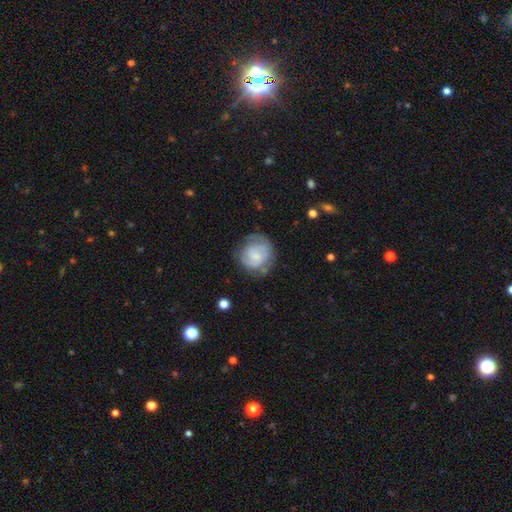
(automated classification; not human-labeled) Q: Smooth or featured?
A: featured or disk (61%); runner-up: smooth (33%)
Q: Edge-on disk?
A: no (98%); runner-up: yes (2%)
Q: Bar?
A: no (54%); runner-up: weak (39%)
Q: Spiral arms?
A: yes (85%); runner-up: no (15%)
Q: Spiral winding?
A: tight (50%); runner-up: medium (37%)
Q: Spiral arm count?
A: 2 (58%); runner-up: can't tell (24%)
Q: Bulge size?
A: small (55%); runner-up: moderate (27%)
Q: Merging?
A: none (63%); runner-up: minor disturbance (23%)